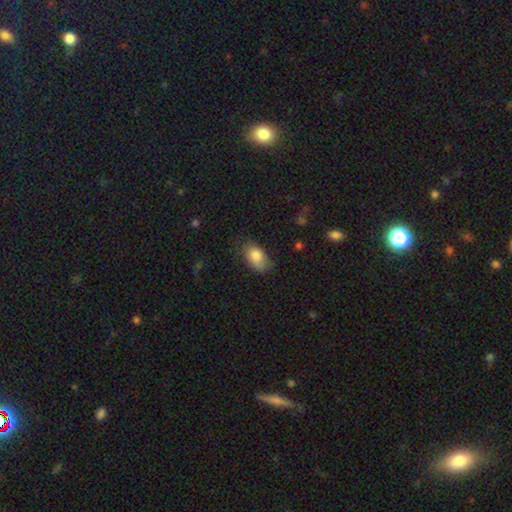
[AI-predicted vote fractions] This appears to be a smooth galaxy with no disk features (82%) that is in between round and cigar-shaped (90%). Merging: none (61%).